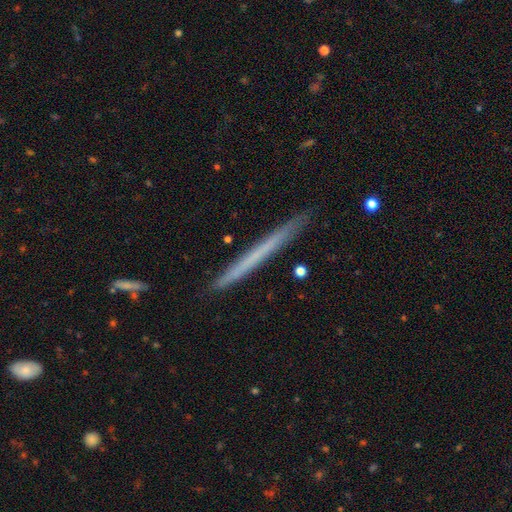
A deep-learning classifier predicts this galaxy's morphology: A smooth galaxy with no disk features (51%) that is cigar-shaped (97%). Merging: none (90%).